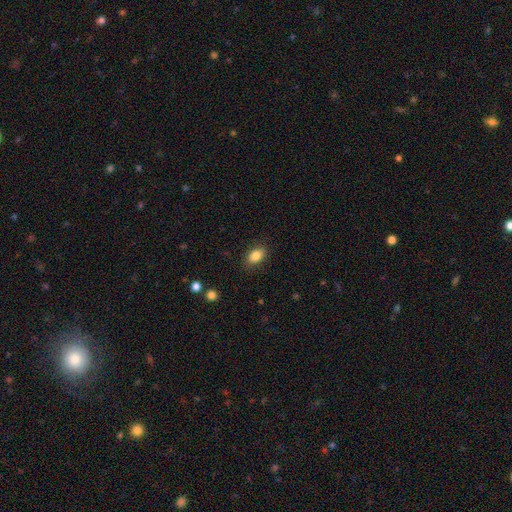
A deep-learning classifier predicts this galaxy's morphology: type=smooth (84%); roundness=in between (86%); merging=none (86%).